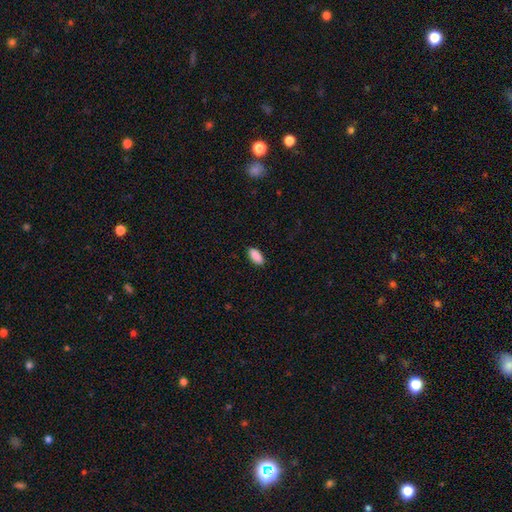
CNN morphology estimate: A smooth galaxy with no disk features (90%) that is in between round and cigar-shaped (89%). Merging: none (88%).